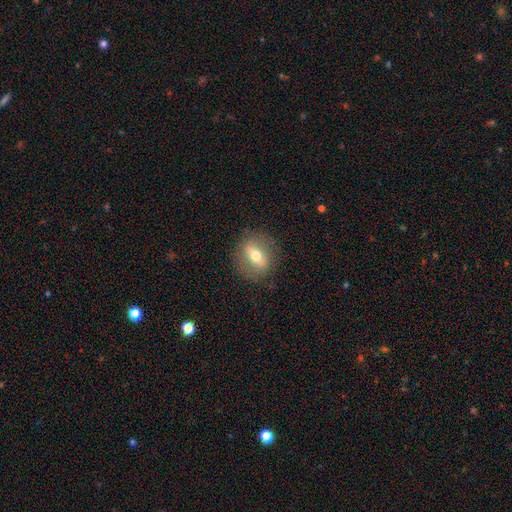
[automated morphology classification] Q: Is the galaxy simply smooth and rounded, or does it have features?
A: smooth — 47%.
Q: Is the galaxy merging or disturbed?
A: none — 83%.